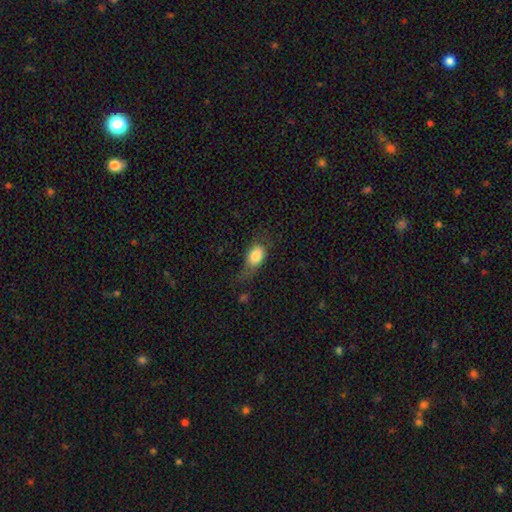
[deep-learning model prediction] smooth_or_featured: smooth (p=0.80) [alt: featured or disk p=0.12]
how_rounded: in between (p=0.80) [alt: round p=0.16]
merging: none (p=0.35) [alt: minor disturbance p=0.32]